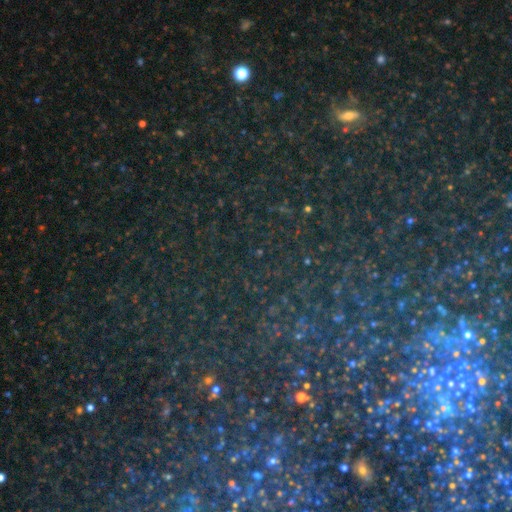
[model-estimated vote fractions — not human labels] This is clearly a star or artifact rather than a galaxy (81%).